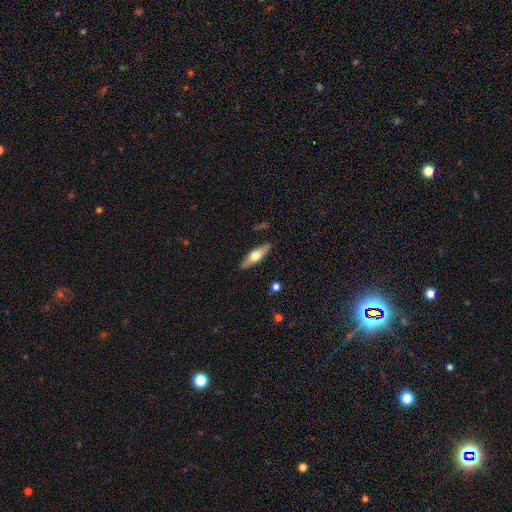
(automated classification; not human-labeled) Morphology: type=featured or disk (49%); merging=none (88%).